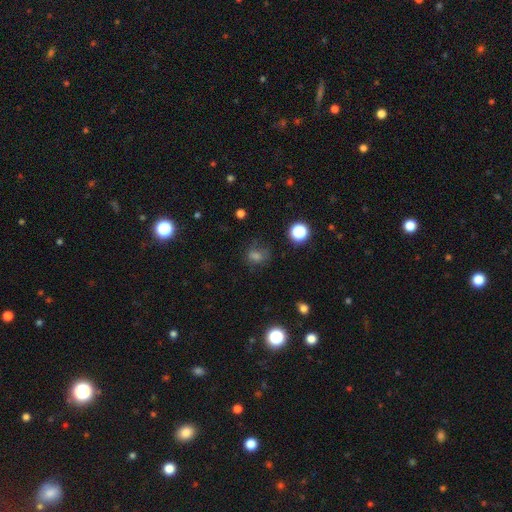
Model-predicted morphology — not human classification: The model was most divided on "how rounded": round: 60%, in between: 38%, cigar-shaped: 1%. More confident: merging — none (63%); smooth or featured — smooth (60%).